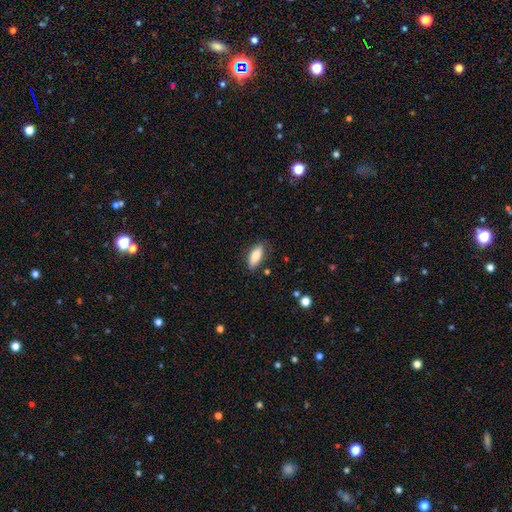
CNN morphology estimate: A smooth galaxy with no disk features (79%) that is in between round and cigar-shaped (75%). Merging: none (82%).